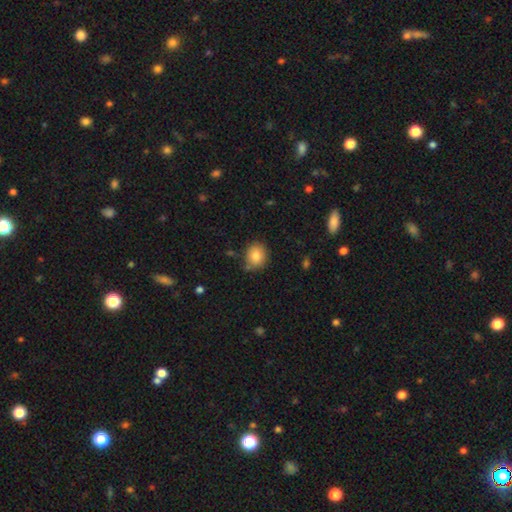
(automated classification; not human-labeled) smooth-or-featured: smooth: 84% | star or artifact: 9% | featured or disk: 7%
  how-rounded: round: 72% | in between: 28% | cigar-shaped: 1%
  merging: none: 78% | minor disturbance: 14% | merger: 5% | major disturbance: 3%